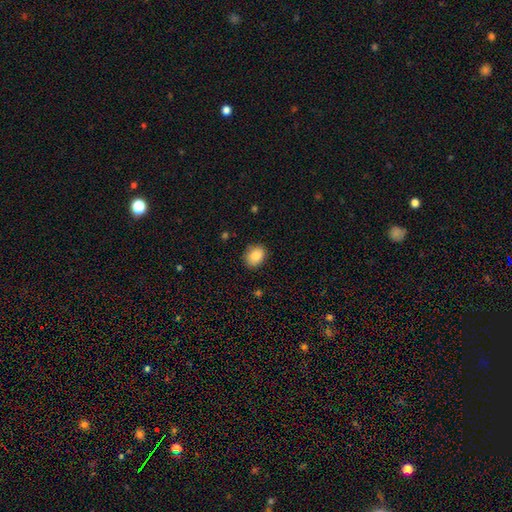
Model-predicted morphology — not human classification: This is clearly a smooth galaxy (88%). How rounded: possibly in between (55%). Merging: clearly none (83%).